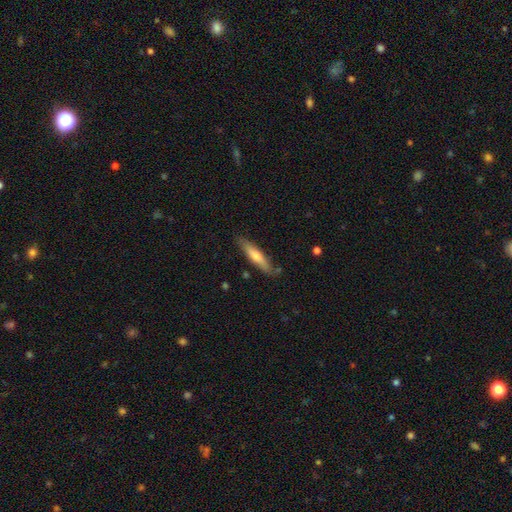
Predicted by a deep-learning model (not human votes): A smooth galaxy with no disk features (59%) that is cigar-shaped (84%).

Vote fractions:
- Smooth or featured? smooth: 59% / featured or disk: 35% / star or artifact: 6%
- How rounded? cigar-shaped: 84% / in between: 14% / round: 1%
- Merging? none: 80% / minor disturbance: 15% / merger: 3% / major disturbance: 3%